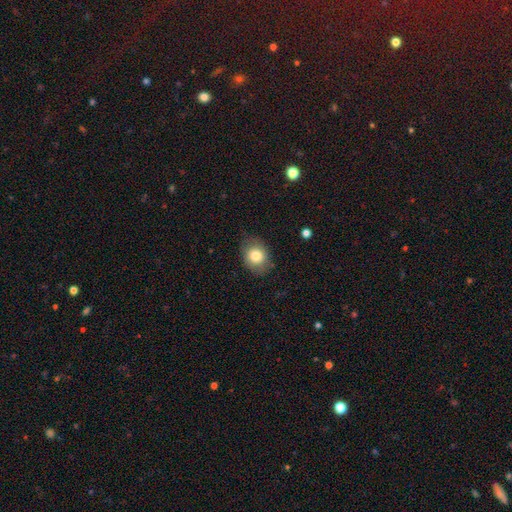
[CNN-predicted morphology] Smooth or featured? Predicted: smooth (p=0.80). How rounded? Predicted: in between (p=0.56). Merging? Predicted: none (p=0.79).